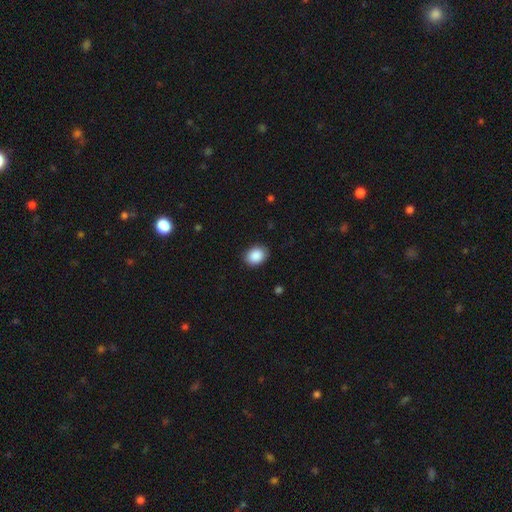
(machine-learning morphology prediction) A smooth galaxy with no disk features (89%) that is in between round and cigar-shaped (61%).

Vote fractions:
- Smooth or featured? smooth: 89% / star or artifact: 7% / featured or disk: 3%
- How rounded? in between: 61% / round: 38% / cigar-shaped: 1%
- Merging? none: 88% / minor disturbance: 9% / major disturbance: 2% / merger: 1%